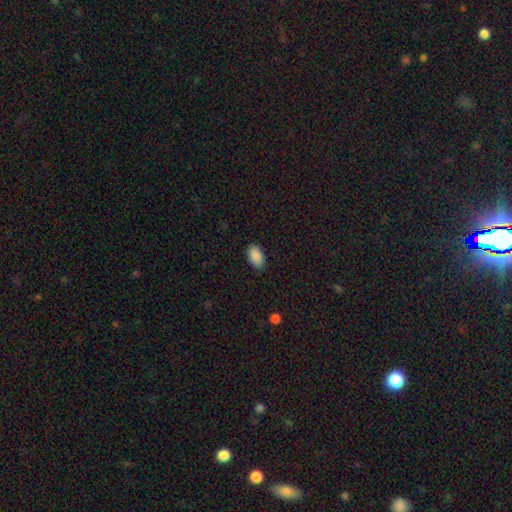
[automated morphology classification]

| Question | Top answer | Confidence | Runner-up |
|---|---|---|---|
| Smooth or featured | smooth | 90% | star or artifact (7%) |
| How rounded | in between | 94% | round (5%) |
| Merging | none | 86% | minor disturbance (11%) |